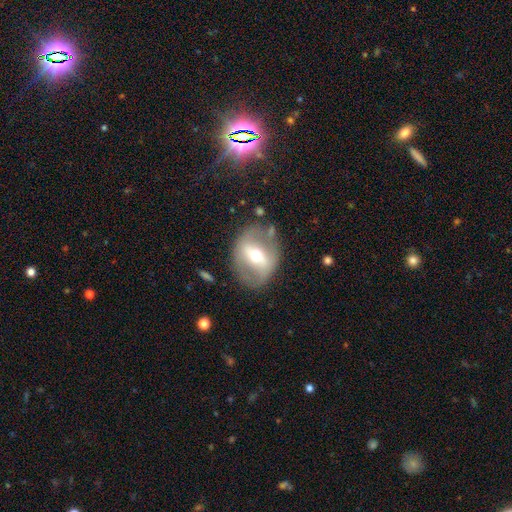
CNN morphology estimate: The model was most divided on "bar": strong: 53%, weak: 30%, no: 17%. More confident: edge-on disk — no (90%); merging — none (73%); bulge size — moderate (68%); spiral arms — no (65%); smooth or featured — featured or disk (64%).